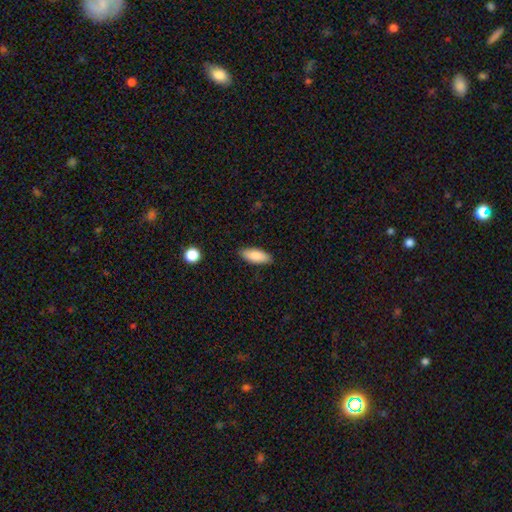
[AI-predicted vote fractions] Q: Smooth or featured?
A: smooth (86%); runner-up: featured or disk (7%)
Q: How rounded?
A: in between (80%); runner-up: cigar-shaped (18%)
Q: Merging?
A: none (87%); runner-up: minor disturbance (10%)